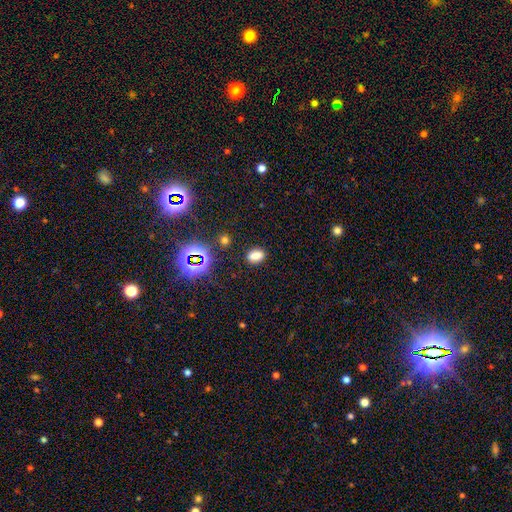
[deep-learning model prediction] Smooth or featured?
  - smooth: 76% *
  - star or artifact: 18%
  - featured or disk: 6%
How rounded?
  - in between: 80% *
  - round: 18%
  - cigar-shaped: 2%
Merging?
  - none: 86% *
  - minor disturbance: 9%
  - major disturbance: 3%
  - merger: 2%